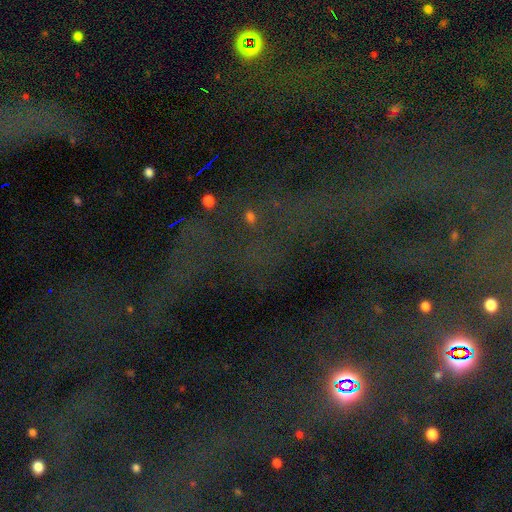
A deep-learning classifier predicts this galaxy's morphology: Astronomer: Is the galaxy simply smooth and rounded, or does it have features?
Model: star or artifact — 75%.